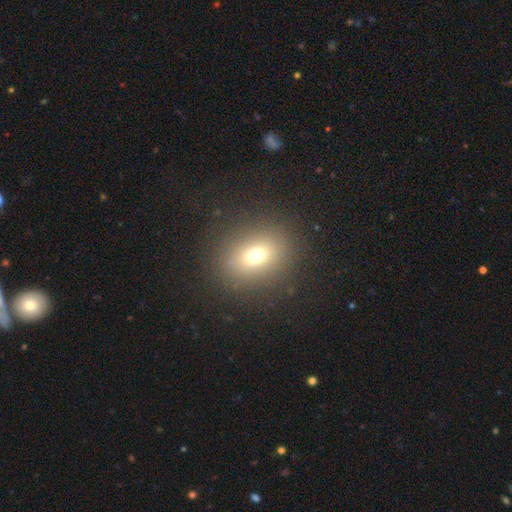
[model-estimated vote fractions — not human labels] smooth 70%, star or artifact 18%, featured or disk 12%. Down the decision tree: how rounded — round (60%); merging — none (86%).